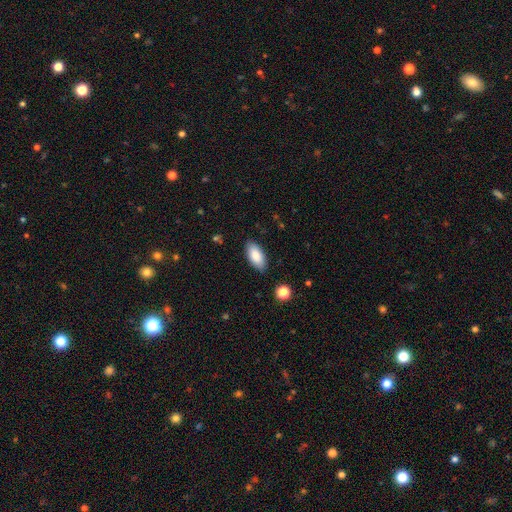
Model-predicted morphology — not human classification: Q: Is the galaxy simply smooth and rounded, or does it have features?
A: smooth — 86%.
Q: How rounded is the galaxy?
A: in between — 89%.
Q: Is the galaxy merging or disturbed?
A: none — 87%.